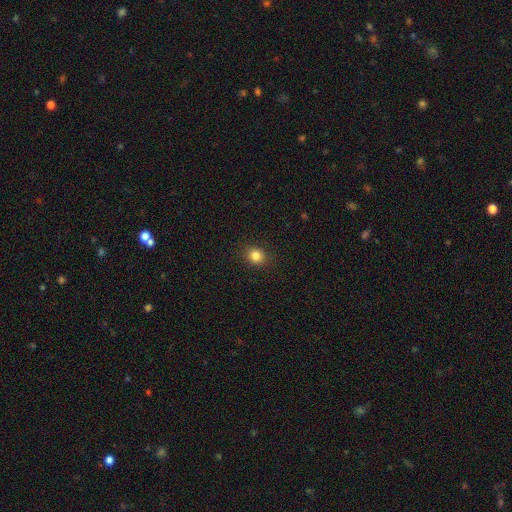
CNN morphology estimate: This appears to be a smooth galaxy with no disk features (83%) that is round (74%). Merging: none (90%).